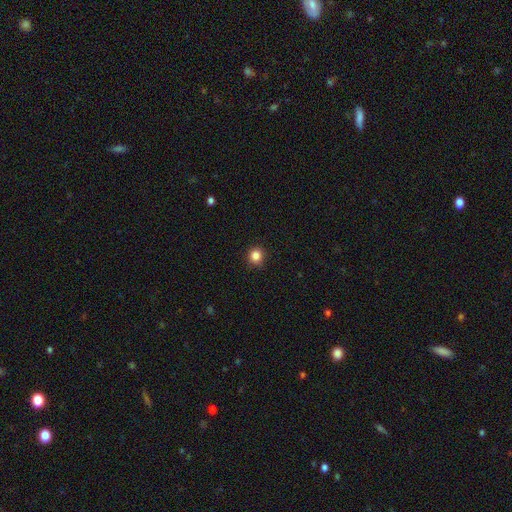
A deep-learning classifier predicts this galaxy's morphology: Smooth or featured? smooth (85%)
How rounded? round (91%)
Merging? none (90%)